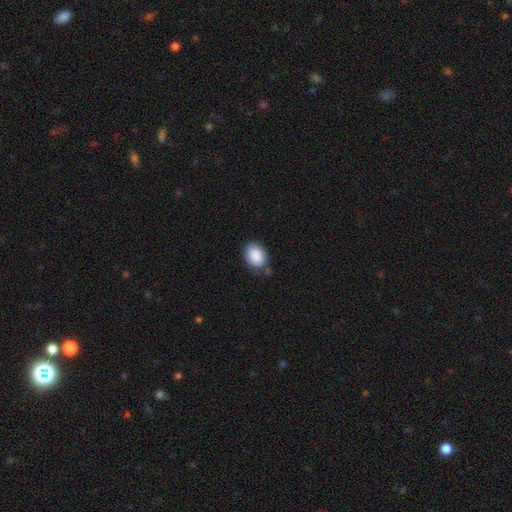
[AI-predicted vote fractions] The model was most divided on "how rounded": in between: 73%, round: 26%, cigar-shaped: 1%. More confident: smooth or featured — smooth (89%); merging — none (77%).